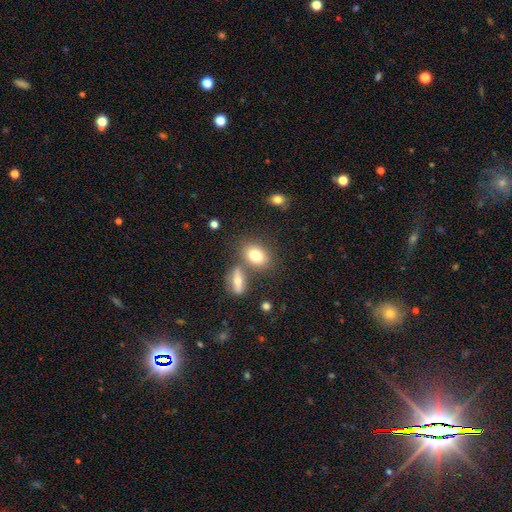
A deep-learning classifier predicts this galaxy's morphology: Smooth or featured?
  - smooth: 78% *
  - featured or disk: 13%
  - star or artifact: 9%
How rounded?
  - in between: 74% *
  - round: 24%
  - cigar-shaped: 2%
Merging?
  - none: 59% *
  - merger: 26%
  - minor disturbance: 12%
  - major disturbance: 4%